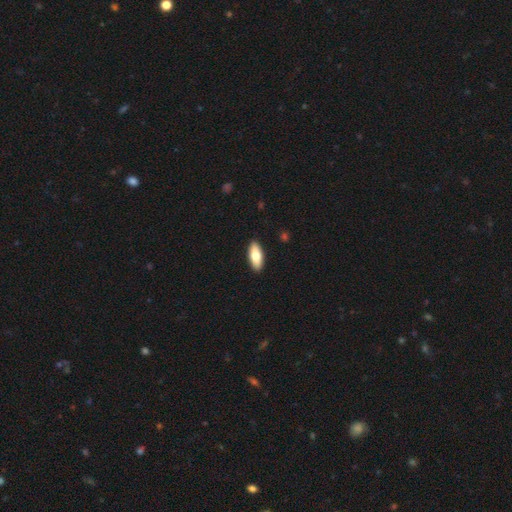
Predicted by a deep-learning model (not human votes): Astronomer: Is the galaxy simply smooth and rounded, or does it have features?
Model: smooth — 72%.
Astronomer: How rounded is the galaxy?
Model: in between — 79%.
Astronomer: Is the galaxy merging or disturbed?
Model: none — 91%.